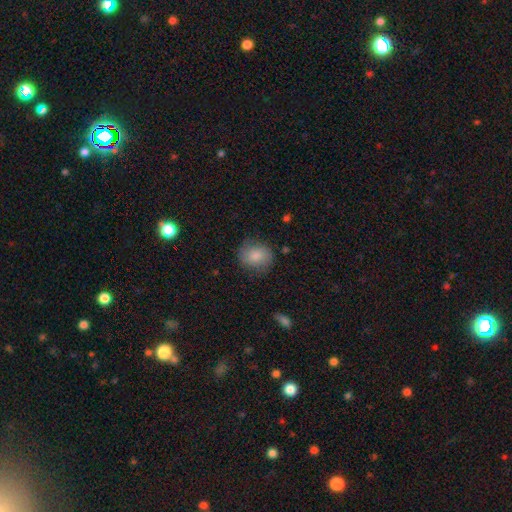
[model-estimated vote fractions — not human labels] The model was most divided on "how rounded": round: 67%, in between: 32%, cigar-shaped: 1%. More confident: smooth or featured — smooth (77%); merging — none (75%).